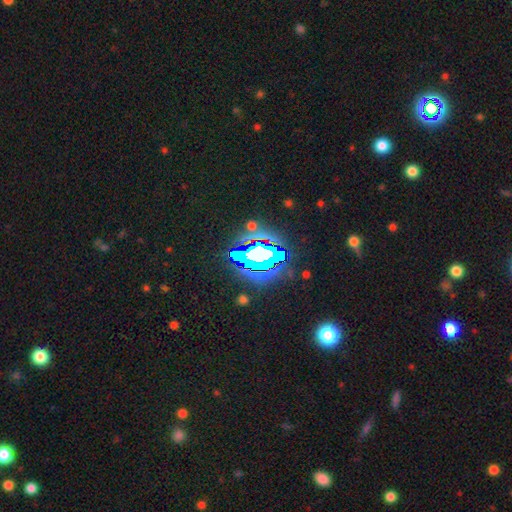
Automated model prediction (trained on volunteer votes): smooth-or-featured: star or artifact: 74% | smooth: 13% | featured or disk: 13%